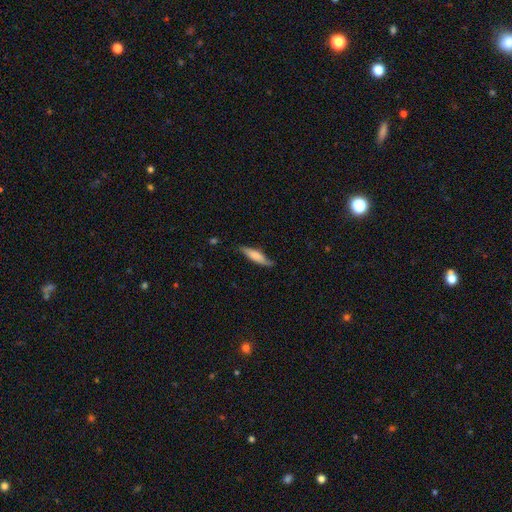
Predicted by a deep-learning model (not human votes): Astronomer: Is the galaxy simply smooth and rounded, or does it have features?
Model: smooth — 63%.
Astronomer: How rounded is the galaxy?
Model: cigar-shaped — 75%.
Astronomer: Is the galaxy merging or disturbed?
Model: none — 69%.